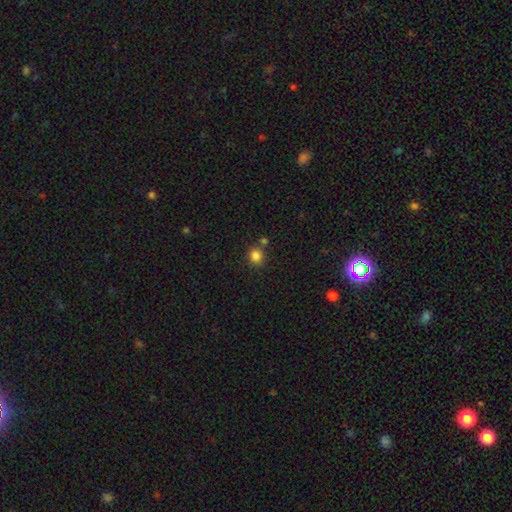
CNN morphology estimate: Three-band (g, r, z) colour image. It shows a smooth galaxy with no disk features (84%) that is round (80%). Merging: none (75%).